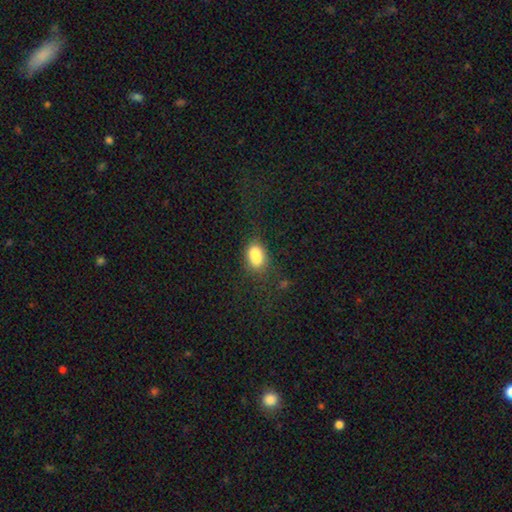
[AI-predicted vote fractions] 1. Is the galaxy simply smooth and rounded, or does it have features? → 77% smooth, 13% featured or disk, 11% star or artifact.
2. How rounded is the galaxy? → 78% in between, 20% round, 2% cigar-shaped.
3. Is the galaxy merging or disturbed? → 44% none, 31% merger, 17% minor disturbance, 7% major disturbance.